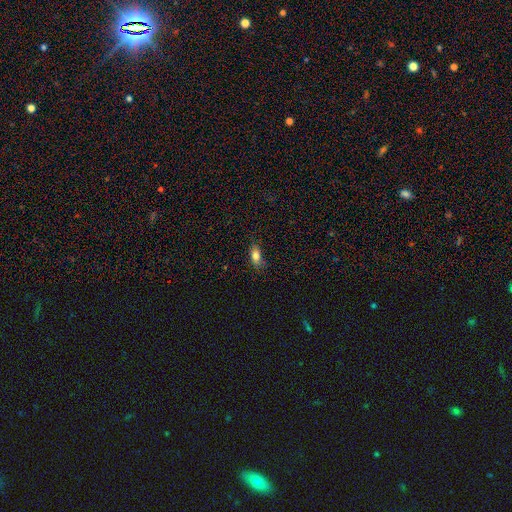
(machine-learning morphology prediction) smooth-or-featured: smooth: 79% | featured or disk: 11% | star or artifact: 9%
  how-rounded: in between: 81% | cigar-shaped: 11% | round: 8%
  merging: none: 78% | minor disturbance: 17% | major disturbance: 4% | merger: 1%